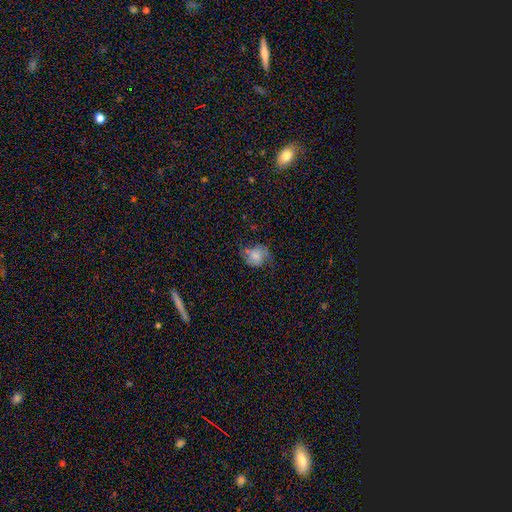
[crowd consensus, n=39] This appears to be a featured or disk galaxy (51%) with no bar (65%), 2 (86%) medium (64%) spiral arms (70%) and a moderate central bulge (60%). Merging: none (56%).